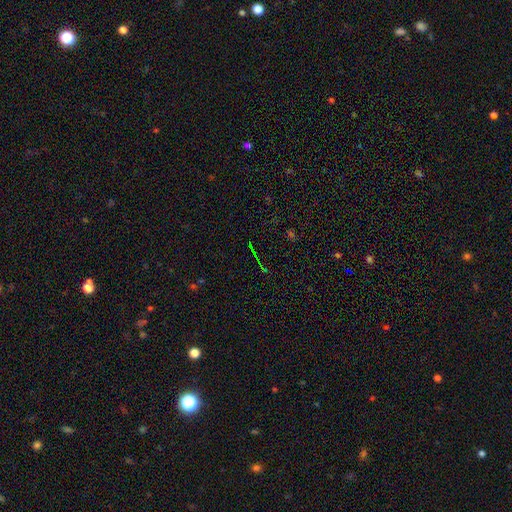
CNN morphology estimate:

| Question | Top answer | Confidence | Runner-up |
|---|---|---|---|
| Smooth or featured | star or artifact | 76% | featured or disk (12%) |